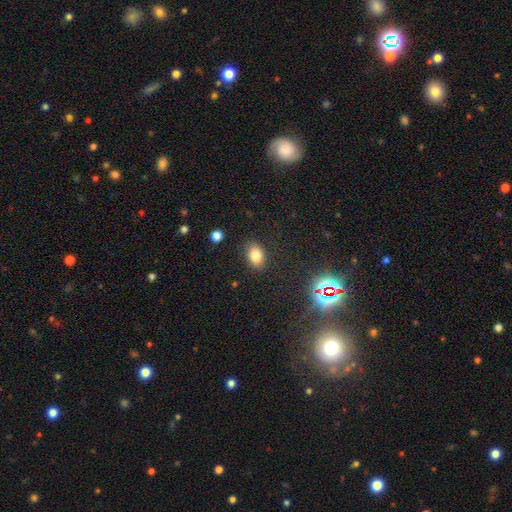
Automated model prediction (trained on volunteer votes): Smooth or featured? Predicted: smooth (p=0.79). How rounded? Predicted: in between (p=0.76). Merging? Predicted: none (p=0.85).